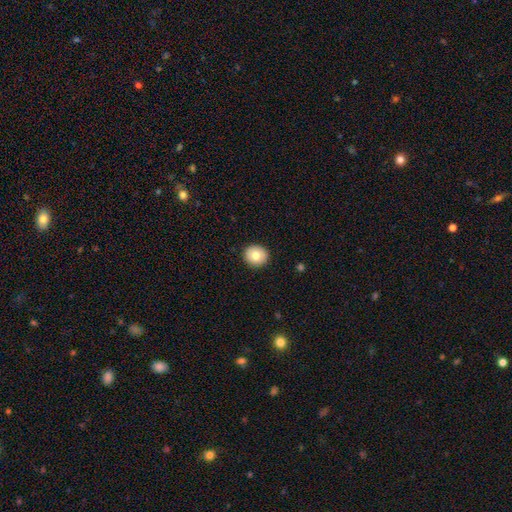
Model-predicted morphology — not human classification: smooth 78%, featured or disk 14%, star or artifact 8%. Down the decision tree: how rounded — round (85%); merging — none (92%).